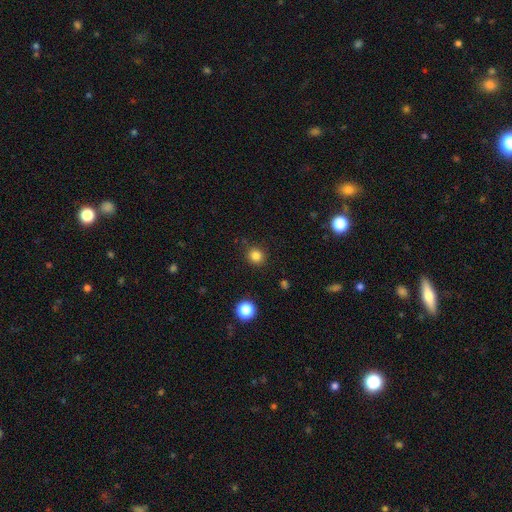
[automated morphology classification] smooth_or_featured: smooth (p=0.83) [alt: star or artifact p=0.13]
how_rounded: round (p=0.89) [alt: in between p=0.10]
merging: none (p=0.89) [alt: minor disturbance p=0.07]